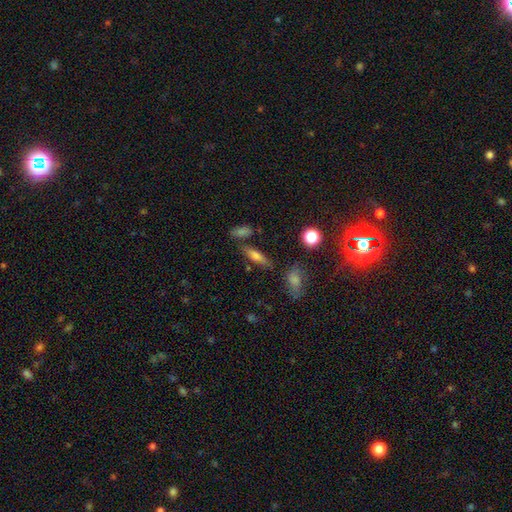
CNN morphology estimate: Smooth or featured? Predicted: smooth (p=0.59). How rounded? Predicted: cigar-shaped (p=0.59). Merging? Predicted: none (p=0.77).